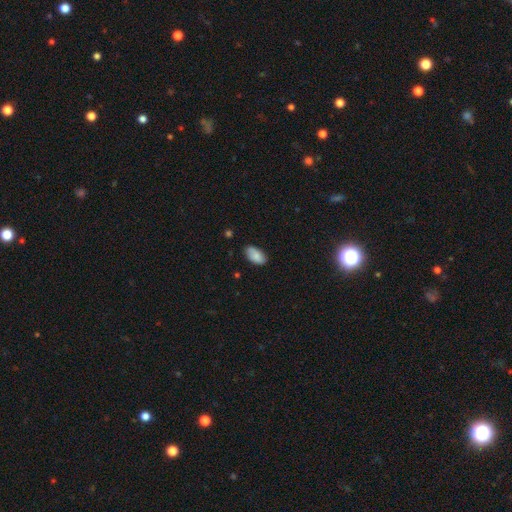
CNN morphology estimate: This is clearly a smooth galaxy (84%). How rounded: clearly in between (95%). Merging: clearly none (80%).